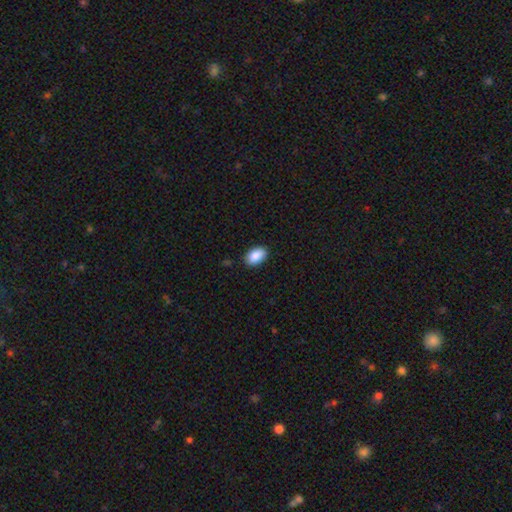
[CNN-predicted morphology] This appears to be a smooth galaxy with no disk features (90%) that is in between round and cigar-shaped (91%). Merging: none (89%).